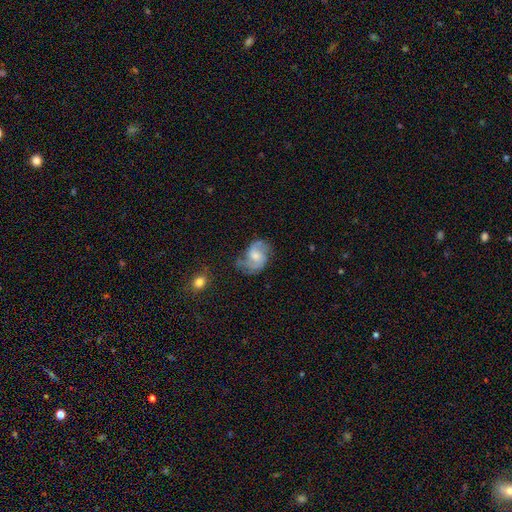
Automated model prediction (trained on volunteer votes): This appears to be a featured or disk galaxy (73%) with no bar (50%), 2 (78%) medium (49%) spiral arms (92%) and a moderate central bulge (48%). Merging: none (57%).